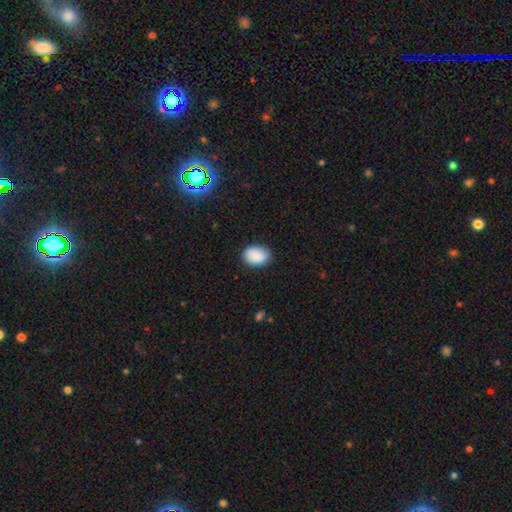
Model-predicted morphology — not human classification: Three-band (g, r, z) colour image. It shows a smooth galaxy with no disk features (90%) that is in between round and cigar-shaped (74%). Merging: none (87%).